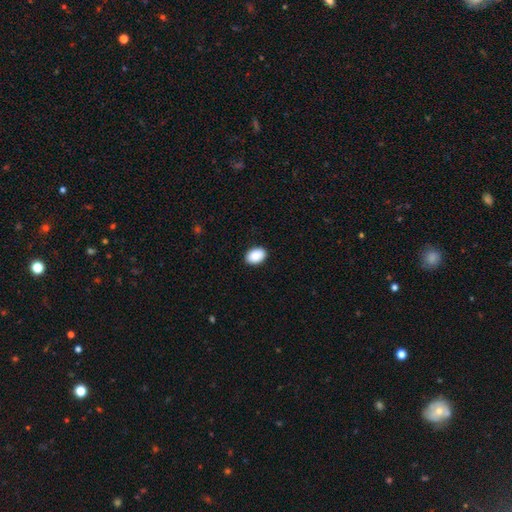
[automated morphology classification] Overall: smooth (91%). How rounded: in between (83%). Merging: none (90%).